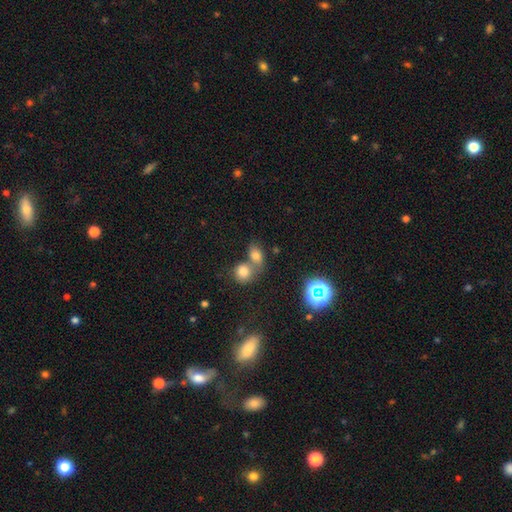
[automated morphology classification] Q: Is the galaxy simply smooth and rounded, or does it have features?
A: smooth — 75%.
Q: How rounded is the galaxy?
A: in between — 62%.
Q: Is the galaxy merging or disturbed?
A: merger — 53%.